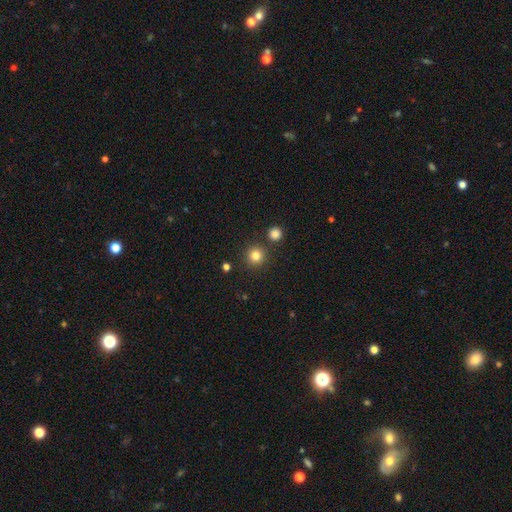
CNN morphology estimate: Smooth or featured: smooth — 81% (star or artifact — 13%)
How rounded: round — 95% (in between — 4%)
Merging: none — 88% (minor disturbance — 6%)